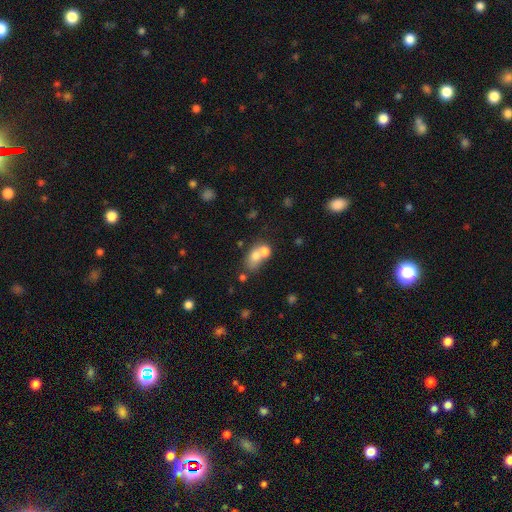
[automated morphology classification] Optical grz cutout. It shows a smooth galaxy with no disk features (71%) that is in between round and cigar-shaped (62%). Merging: merger (58%).